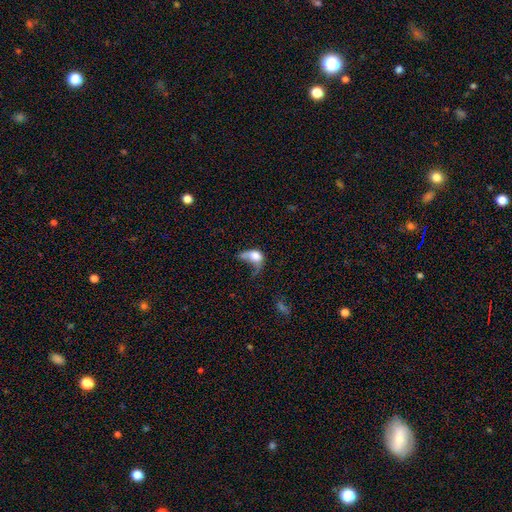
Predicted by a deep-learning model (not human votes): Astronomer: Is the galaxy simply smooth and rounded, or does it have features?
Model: smooth — 61%.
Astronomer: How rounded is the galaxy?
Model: in between — 70%.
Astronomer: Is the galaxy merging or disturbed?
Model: major disturbance — 58%.